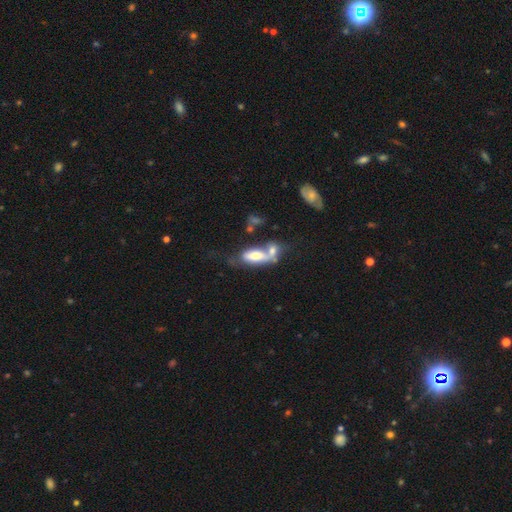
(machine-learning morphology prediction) type=smooth (63%); roundness=in between (79%); merging=merger (57%).